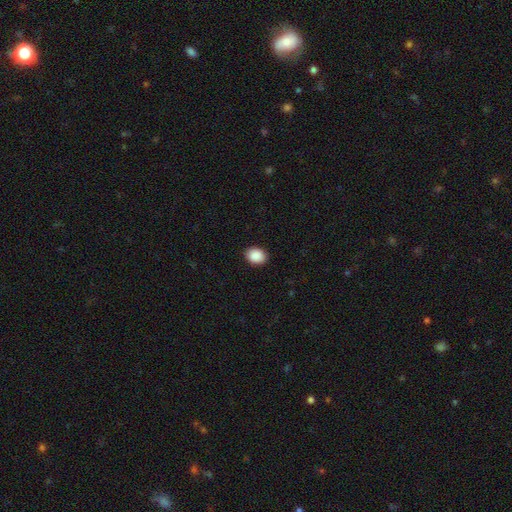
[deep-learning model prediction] smooth_or_featured: smooth (p=0.90) [alt: star or artifact p=0.08]
how_rounded: in between (p=0.63) [alt: round p=0.36]
merging: none (p=0.89) [alt: minor disturbance p=0.08]